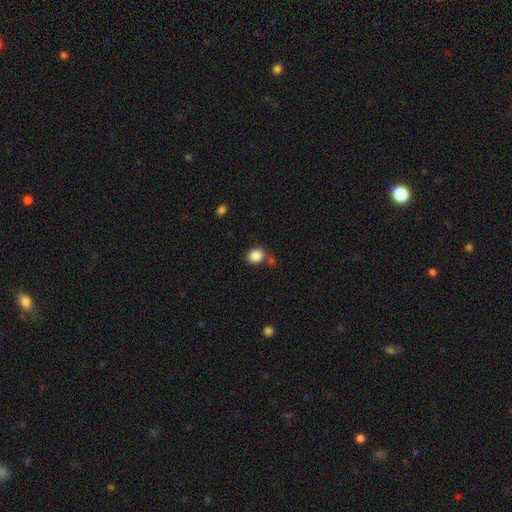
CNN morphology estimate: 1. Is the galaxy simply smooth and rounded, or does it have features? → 87% smooth, 9% star or artifact, 4% featured or disk.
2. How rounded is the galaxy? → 55% round, 44% in between, 1% cigar-shaped.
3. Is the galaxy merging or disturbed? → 70% none, 13% minor disturbance, 12% merger, 4% major disturbance.